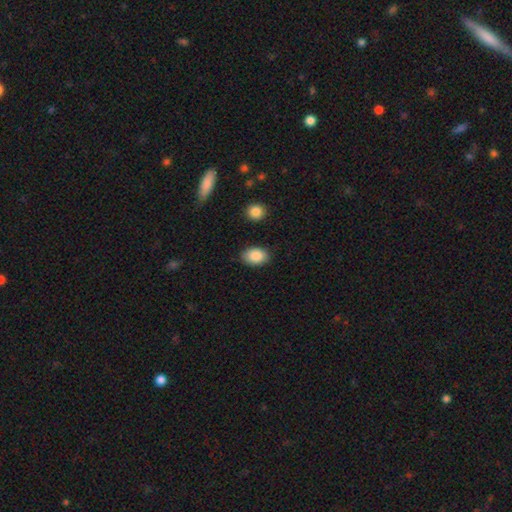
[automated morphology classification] This is clearly a smooth galaxy (88%). How rounded: clearly in between (87%). Merging: clearly none (84%).